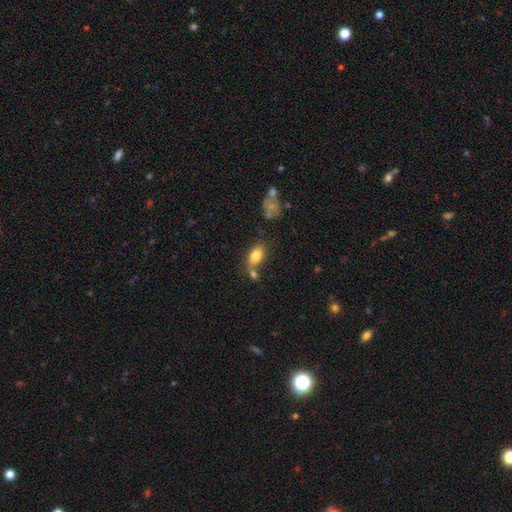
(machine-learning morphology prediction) A smooth galaxy with no disk features (80%) that is in between round and cigar-shaped (88%). Merging: none (53%).